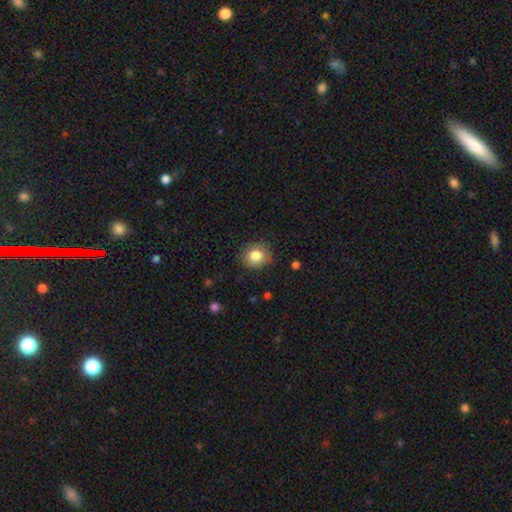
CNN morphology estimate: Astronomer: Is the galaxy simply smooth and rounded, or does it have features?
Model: smooth — 82%.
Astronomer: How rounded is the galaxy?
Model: round — 75%.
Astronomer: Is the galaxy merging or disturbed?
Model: none — 84%.